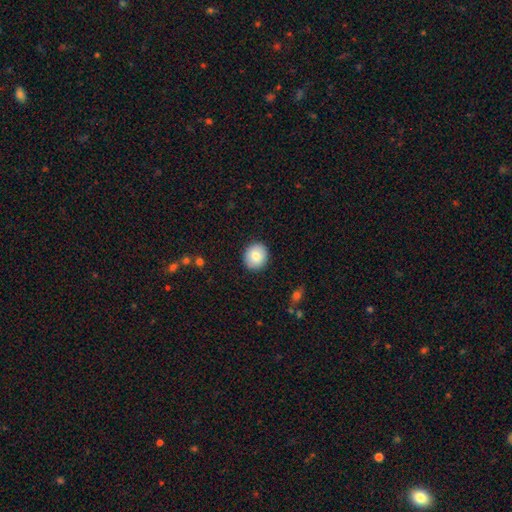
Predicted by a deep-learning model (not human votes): This appears to be a smooth galaxy with no disk features (84%) that is round (84%). Merging: none (91%).